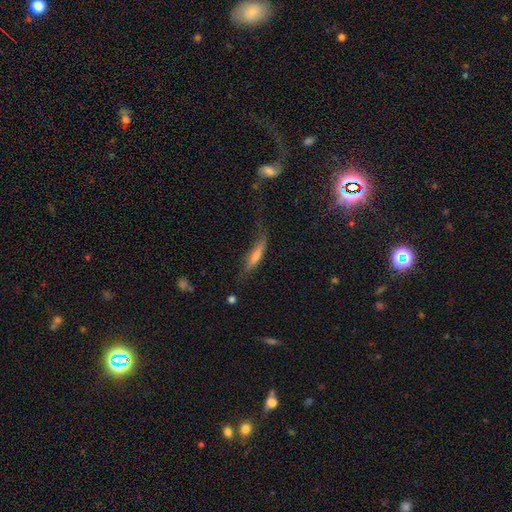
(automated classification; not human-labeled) The model was most divided on "smooth or featured": smooth: 50%, featured or disk: 40%, star or artifact: 11%. Remaining: merging — none (47%).